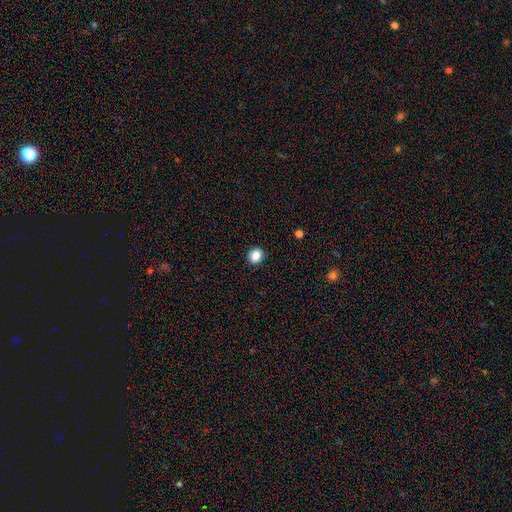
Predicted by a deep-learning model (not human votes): This is clearly a smooth galaxy (87%). How rounded: likely round (78%). Merging: clearly none (92%).